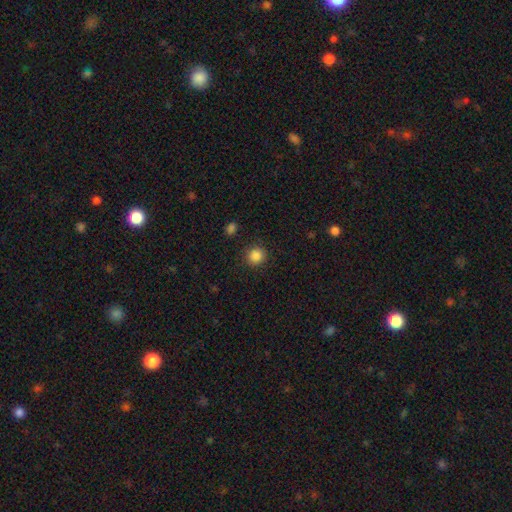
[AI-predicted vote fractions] Smooth or featured?
  - smooth: 86% *
  - star or artifact: 10%
  - featured or disk: 3%
How rounded?
  - round: 90% *
  - in between: 9%
  - cigar-shaped: 1%
Merging?
  - none: 89% *
  - minor disturbance: 7%
  - major disturbance: 3%
  - merger: 1%